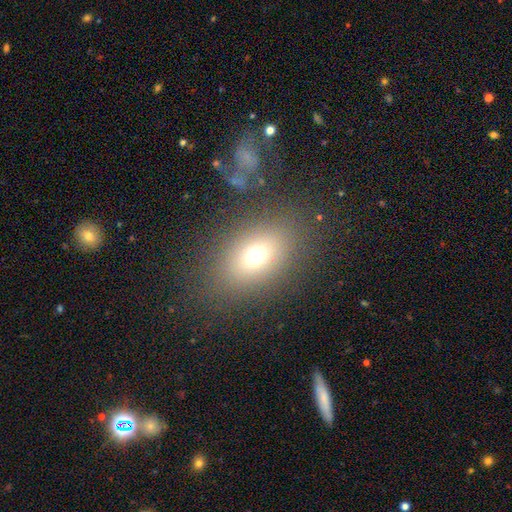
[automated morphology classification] smooth 70%, star or artifact 16%, featured or disk 15%. Down the decision tree: how rounded — in between (75%); merging — none (80%).